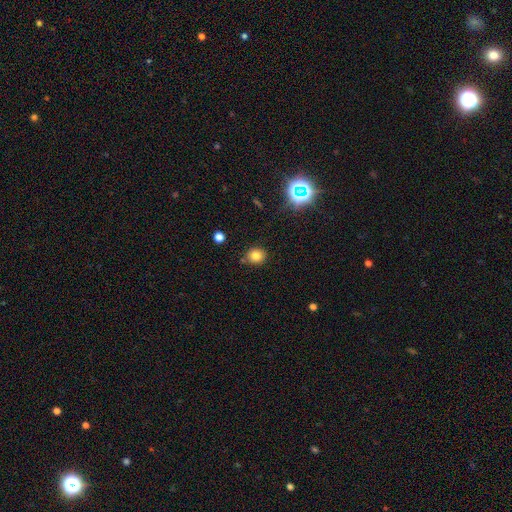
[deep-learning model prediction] The model was most divided on "how rounded": round: 77%, in between: 22%, cigar-shaped: 1%. More confident: merging — none (80%); smooth or featured — smooth (77%).